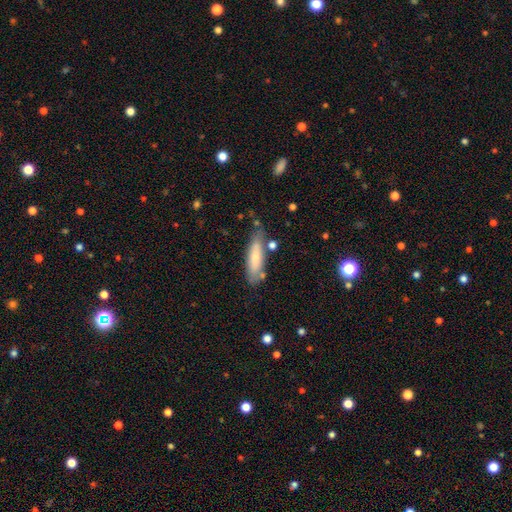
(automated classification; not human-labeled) Smooth or featured: smooth — 70% (featured or disk — 23%)
How rounded: cigar-shaped — 62% (in between — 36%)
Merging: none — 66% (minor disturbance — 22%)